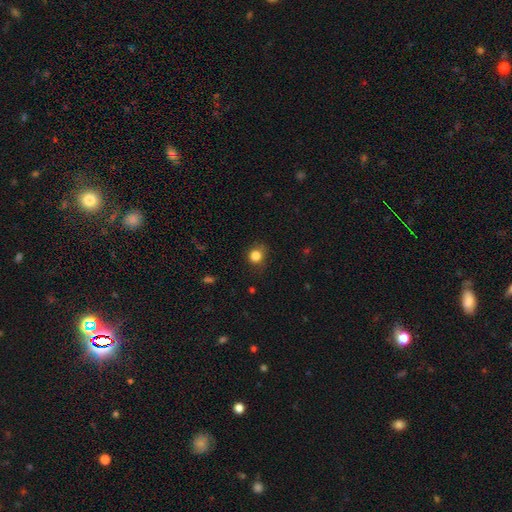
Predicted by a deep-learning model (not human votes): This is clearly a smooth galaxy (83%). How rounded: likely round (74%). Merging: likely none (69%).